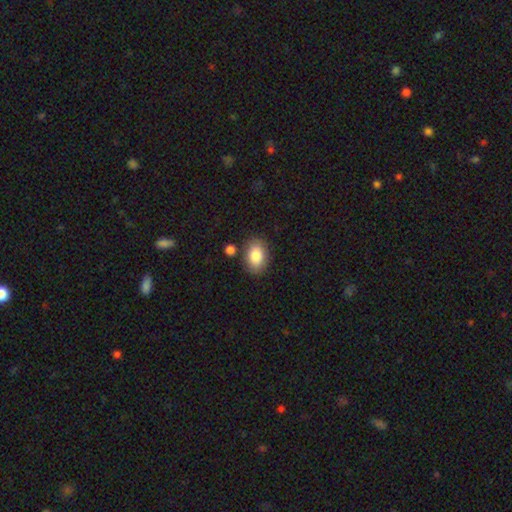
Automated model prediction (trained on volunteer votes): Smooth or featured? Predicted: smooth (p=0.85). How rounded? Predicted: in between (p=0.85). Merging? Predicted: none (p=0.79).